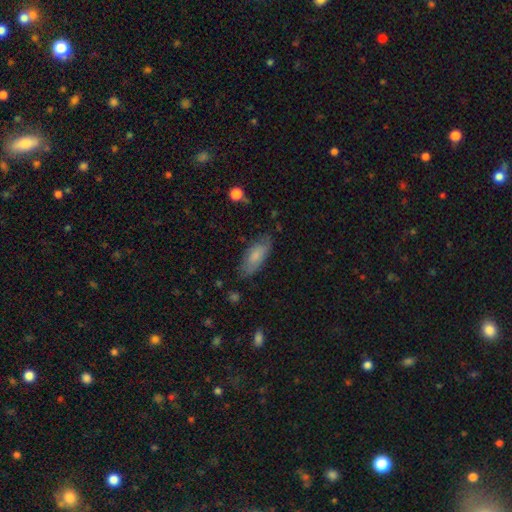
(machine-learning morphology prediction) smooth-or-featured: smooth: 73% | featured or disk: 21% | star or artifact: 6%
  how-rounded: in between: 82% | cigar-shaped: 16% | round: 2%
  merging: none: 73% | minor disturbance: 21% | major disturbance: 4% | merger: 2%